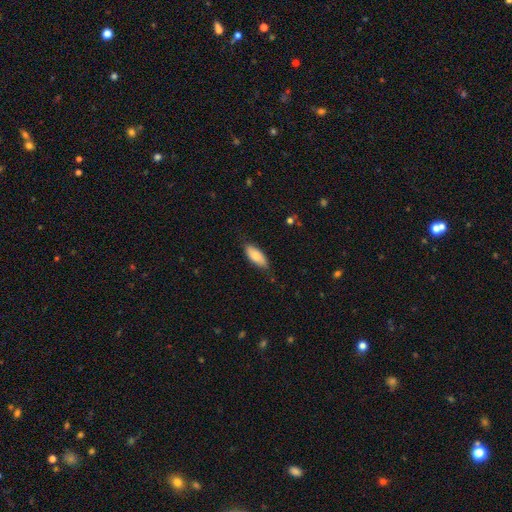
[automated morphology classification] smooth-or-featured: smooth: 79% | featured or disk: 15% | star or artifact: 6%
  how-rounded: in between: 83% | cigar-shaped: 15% | round: 2%
  merging: none: 78% | minor disturbance: 18% | major disturbance: 3% | merger: 1%